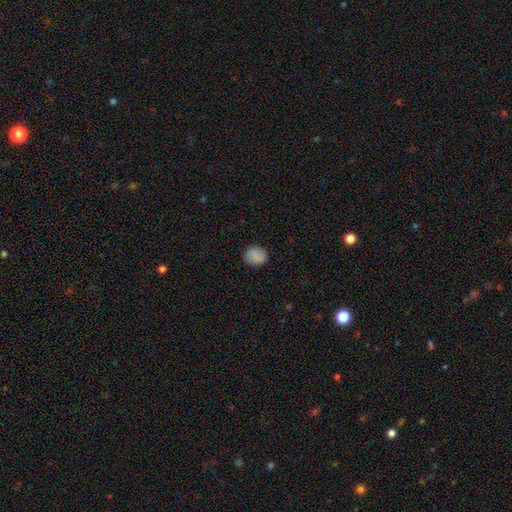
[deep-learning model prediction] Morphology: type=smooth (85%); roundness=round (60%); merging=none (85%).